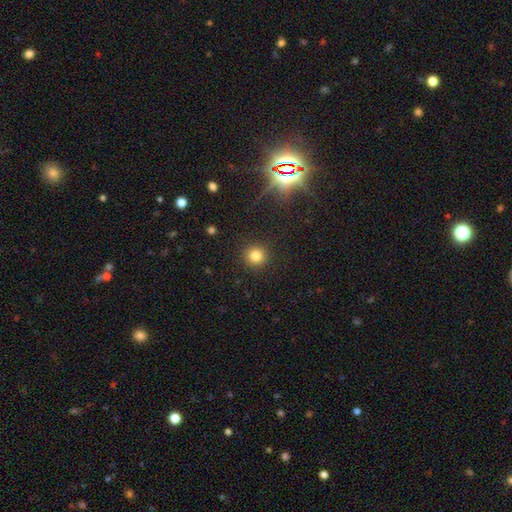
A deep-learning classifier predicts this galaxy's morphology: smooth 81%, star or artifact 14%, featured or disk 6%. Down the decision tree: how rounded — round (94%); merging — none (91%).